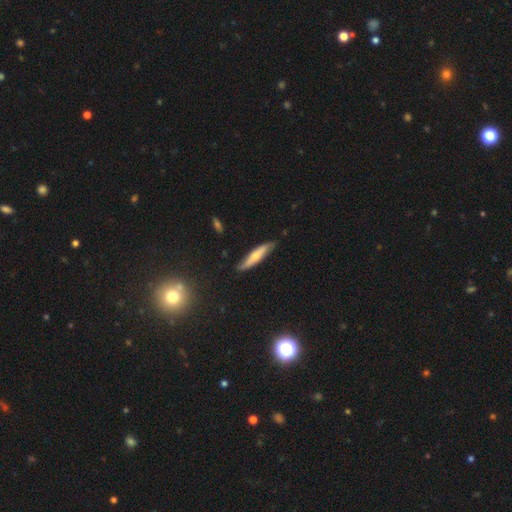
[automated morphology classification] A smooth galaxy with no disk features (52%) that is cigar-shaped (84%). Merging: none (78%).